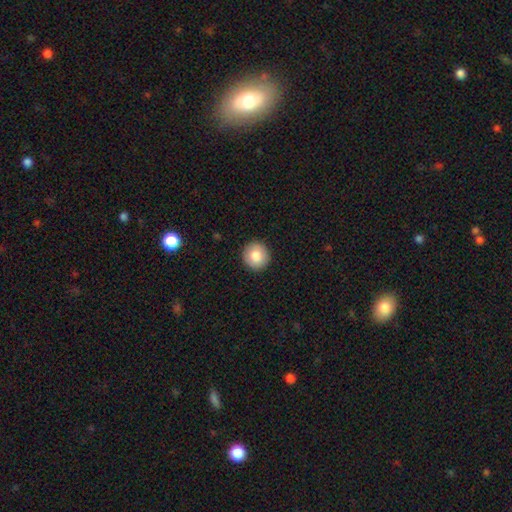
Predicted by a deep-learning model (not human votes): A smooth galaxy with no disk features (83%) that is round (94%). Merging: none (92%).